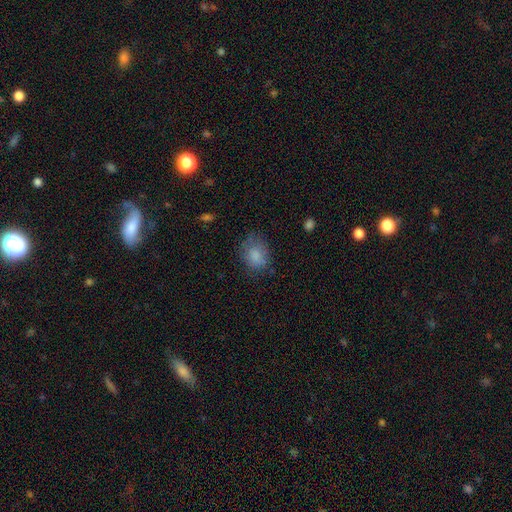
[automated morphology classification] smooth-or-featured: smooth: 81% | featured or disk: 10% | star or artifact: 9%
  how-rounded: in between: 57% | round: 42% | cigar-shaped: 1%
  merging: none: 61% | minor disturbance: 26% | major disturbance: 11% | merger: 2%